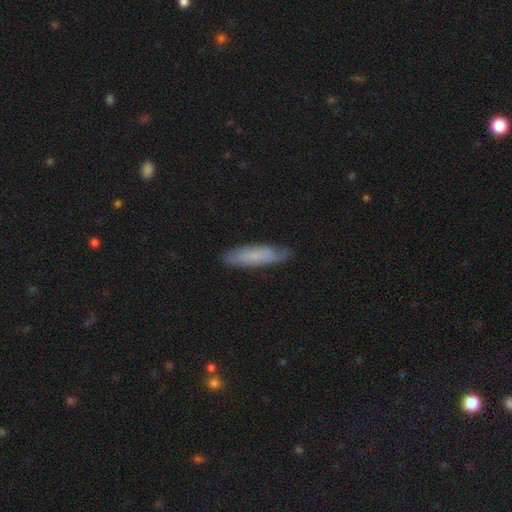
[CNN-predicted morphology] Overall: smooth (61%; featured or disk 32%). How rounded: cigar-shaped (68%; in between 31%). Merging: none (79%).